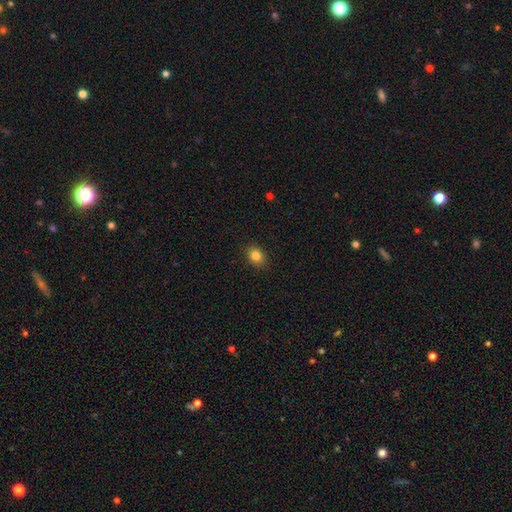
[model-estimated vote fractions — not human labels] This appears to be a smooth galaxy with no disk features (83%) that is in between round and cigar-shaped (53%). Merging: none (88%).